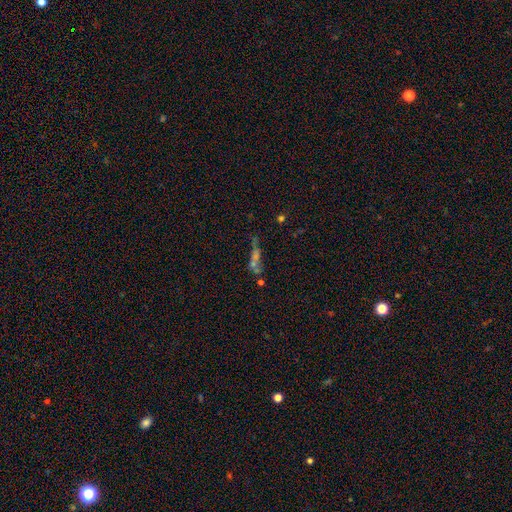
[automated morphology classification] Smooth or featured? Predicted: featured or disk (p=0.35). Merging? Predicted: none (p=0.45).